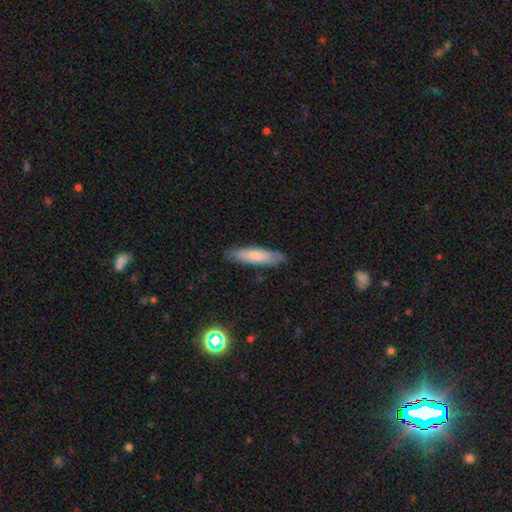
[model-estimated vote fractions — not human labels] Q: Smooth or featured?
A: smooth (77%); runner-up: featured or disk (17%)
Q: How rounded?
A: cigar-shaped (75%); runner-up: in between (24%)
Q: Merging?
A: none (86%); runner-up: minor disturbance (11%)